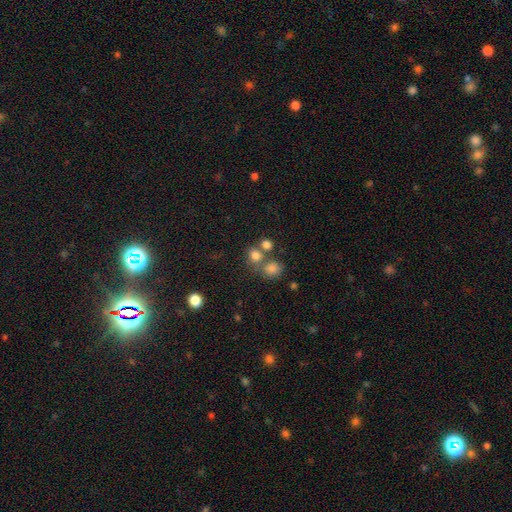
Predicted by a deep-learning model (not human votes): Smooth or featured: smooth — 77% (star or artifact — 15%)
How rounded: round — 73% (in between — 26%)
Merging: none — 52% (merger — 34%)